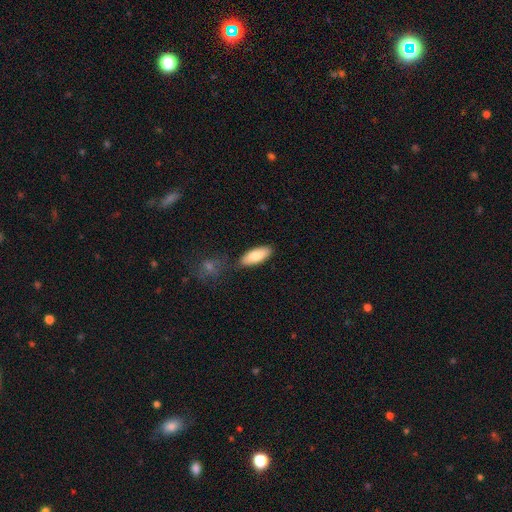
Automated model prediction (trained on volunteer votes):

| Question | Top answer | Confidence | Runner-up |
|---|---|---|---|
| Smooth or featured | smooth | 83% | featured or disk (11%) |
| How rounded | in between | 80% | cigar-shaped (18%) |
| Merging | none | 82% | minor disturbance (11%) |